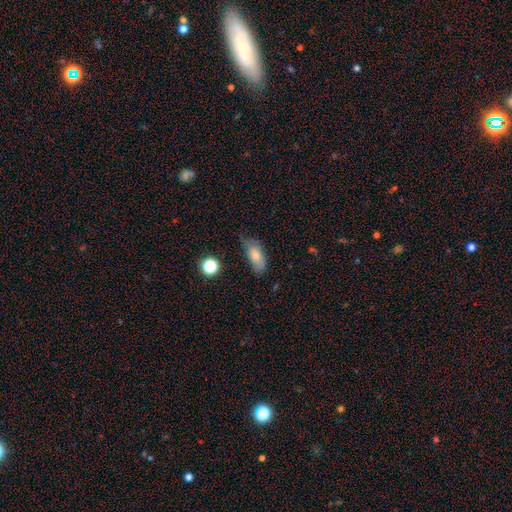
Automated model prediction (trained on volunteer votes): A smooth galaxy with no disk features (75%) that is in between round and cigar-shaped (85%).

Vote fractions:
- Smooth or featured? smooth: 75% / featured or disk: 16% / star or artifact: 9%
- How rounded? in between: 85% / cigar-shaped: 10% / round: 4%
- Merging? none: 55% / minor disturbance: 33% / major disturbance: 10% / merger: 3%